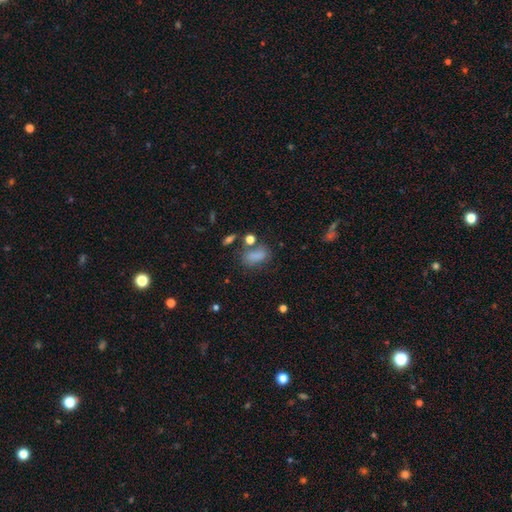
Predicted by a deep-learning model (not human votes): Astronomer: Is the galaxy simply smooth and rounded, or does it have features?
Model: smooth — 78%.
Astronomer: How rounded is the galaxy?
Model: in between — 82%.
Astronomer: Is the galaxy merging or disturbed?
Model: none — 54%.